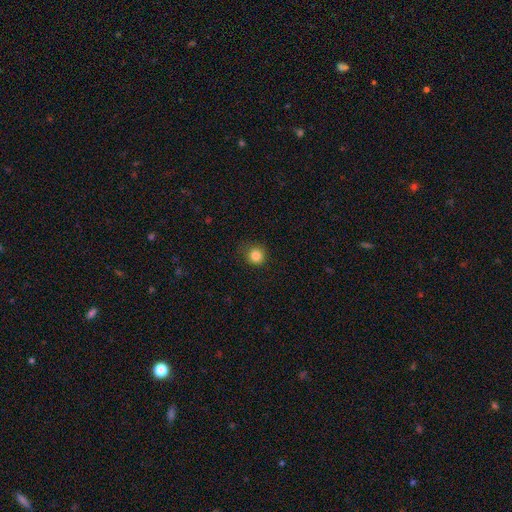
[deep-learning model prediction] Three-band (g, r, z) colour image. It shows a smooth galaxy with no disk features (85%) that is round (92%). Merging: none (83%).